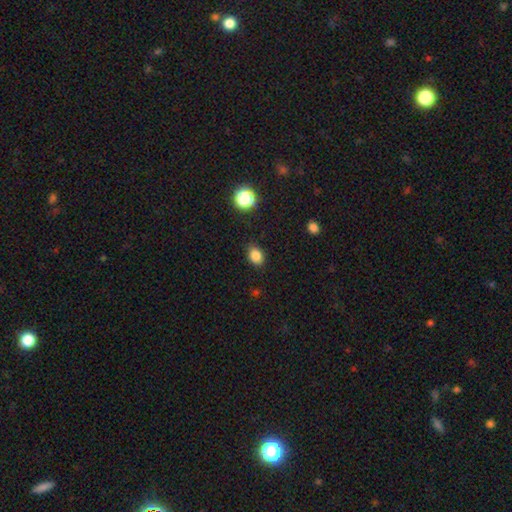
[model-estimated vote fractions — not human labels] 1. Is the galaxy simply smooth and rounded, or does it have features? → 84% smooth, 11% star or artifact, 5% featured or disk.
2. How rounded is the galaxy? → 64% in between, 35% round, 1% cigar-shaped.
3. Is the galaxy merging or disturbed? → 85% none, 11% minor disturbance, 3% major disturbance, 1% merger.